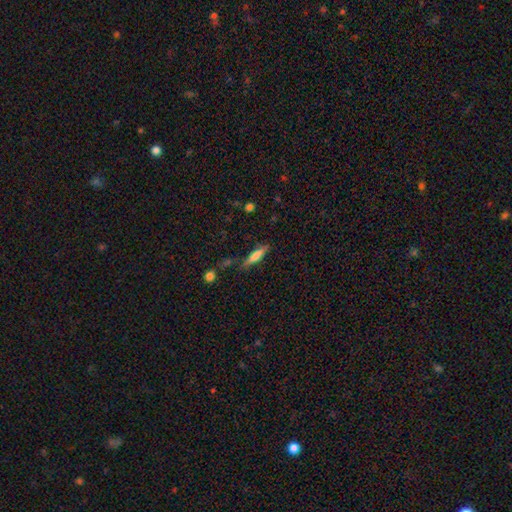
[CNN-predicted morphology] smooth_or_featured: smooth (p=0.68) [alt: featured or disk p=0.24]
how_rounded: cigar-shaped (p=0.76) [alt: in between p=0.22]
merging: none (p=0.68) [alt: minor disturbance p=0.19]